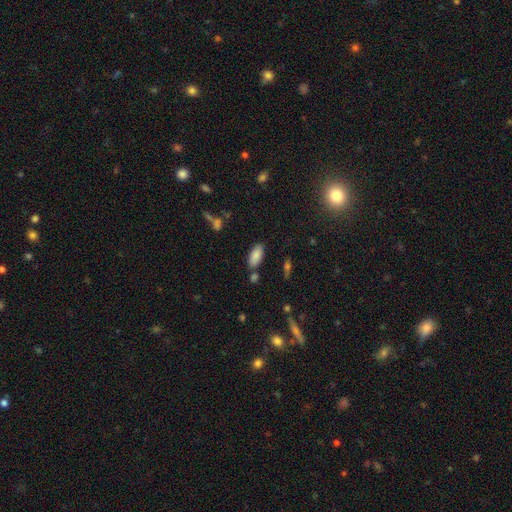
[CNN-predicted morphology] smooth_or_featured: smooth (p=0.85) [alt: star or artifact p=0.08]
how_rounded: in between (p=0.88) [alt: cigar-shaped p=0.10]
merging: none (p=0.80) [alt: minor disturbance p=0.11]